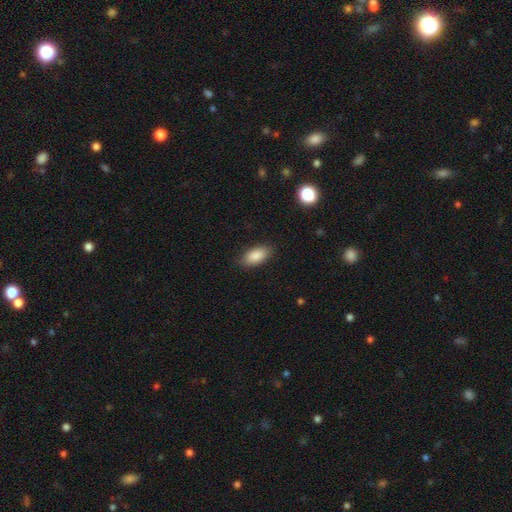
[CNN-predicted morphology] Smooth or featured? Predicted: smooth (p=0.87). How rounded? Predicted: in between (p=0.92). Merging? Predicted: none (p=0.85).